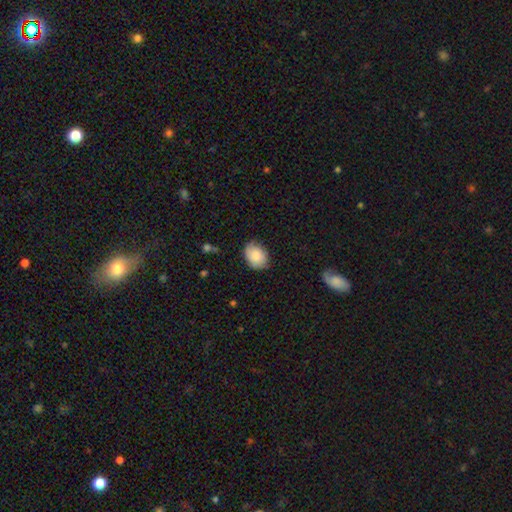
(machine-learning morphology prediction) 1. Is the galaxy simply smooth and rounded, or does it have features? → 82% smooth, 11% featured or disk, 7% star or artifact.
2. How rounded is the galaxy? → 67% in between, 32% round, 1% cigar-shaped.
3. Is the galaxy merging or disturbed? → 74% none, 21% minor disturbance, 4% major disturbance, 1% merger.